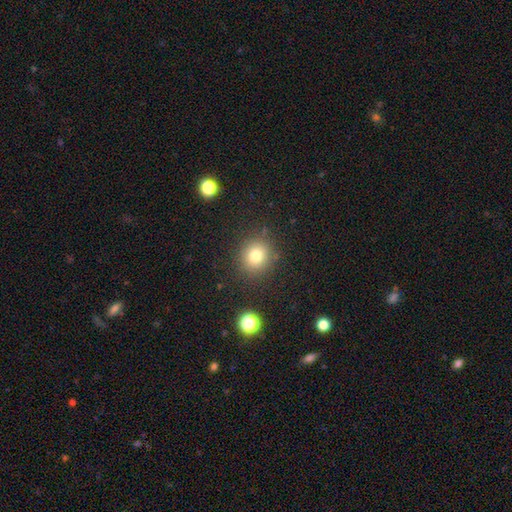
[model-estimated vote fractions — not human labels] Smooth or featured? smooth (77%)
How rounded? round (86%)
Merging? none (85%)